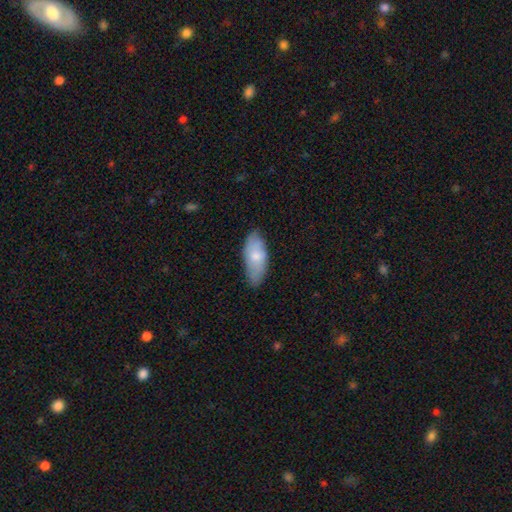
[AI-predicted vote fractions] A smooth galaxy with no disk features (71%) that is in between round and cigar-shaped (86%). Merging: none (74%).